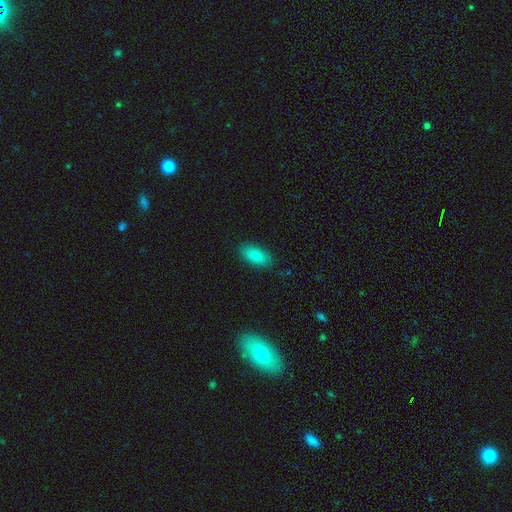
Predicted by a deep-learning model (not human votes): smooth-or-featured: smooth: 85% | featured or disk: 8% | star or artifact: 7%
  how-rounded: in between: 89% | cigar-shaped: 9% | round: 3%
  merging: none: 85% | minor disturbance: 12% | major disturbance: 3% | merger: 1%